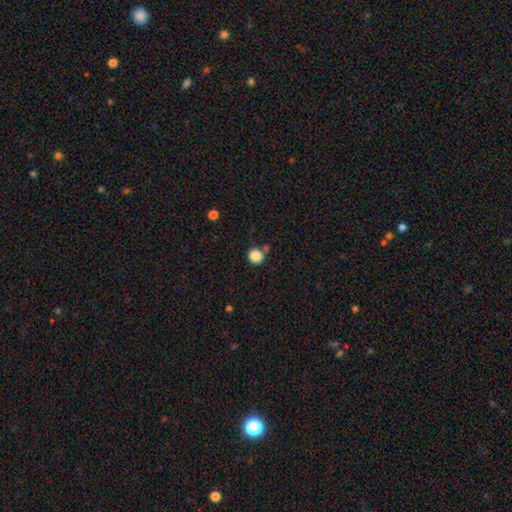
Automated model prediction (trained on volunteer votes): Smooth or featured?
  - smooth: 86% *
  - star or artifact: 10%
  - featured or disk: 4%
How rounded?
  - round: 90% *
  - in between: 9%
  - cigar-shaped: 1%
Merging?
  - none: 73% *
  - merger: 12%
  - minor disturbance: 11%
  - major disturbance: 3%